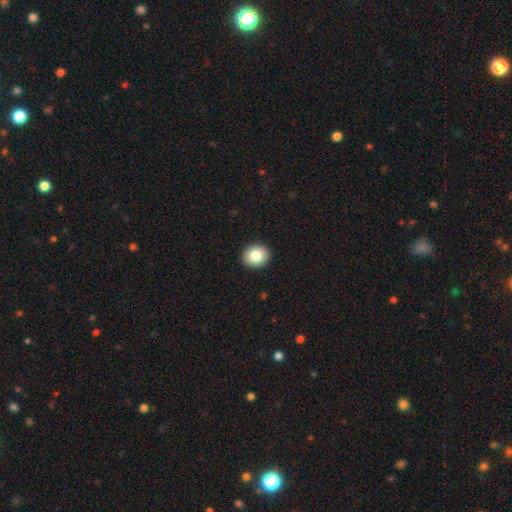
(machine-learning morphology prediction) Overall: smooth (83%). How rounded: round (66%; in between 33%). Merging: none (92%).